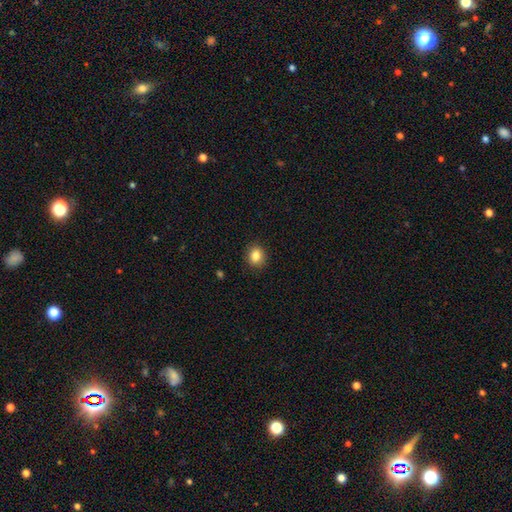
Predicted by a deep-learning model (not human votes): Smooth or featured? smooth (84%)
How rounded? round (69%)
Merging? none (89%)